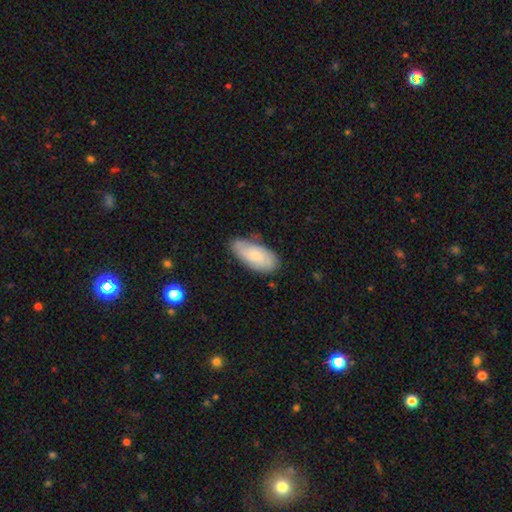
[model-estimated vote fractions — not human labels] smooth-or-featured: smooth: 63% | featured or disk: 31% | star or artifact: 6%
  how-rounded: in between: 90% | cigar-shaped: 8% | round: 2%
  merging: none: 72% | minor disturbance: 22% | major disturbance: 4% | merger: 2%